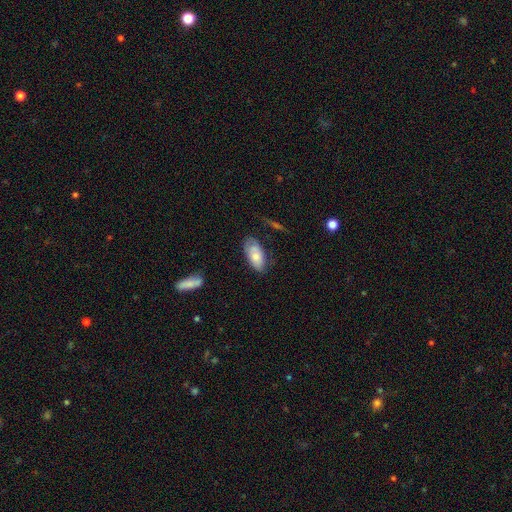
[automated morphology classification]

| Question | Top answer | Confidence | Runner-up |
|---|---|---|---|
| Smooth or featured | smooth | 73% | featured or disk (21%) |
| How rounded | in between | 92% | cigar-shaped (5%) |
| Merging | none | 62% | minor disturbance (28%) |